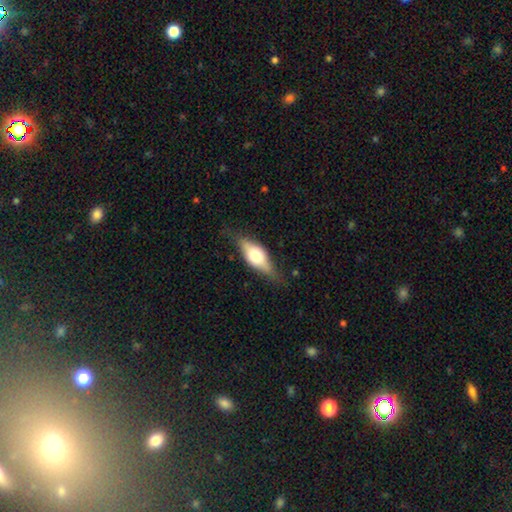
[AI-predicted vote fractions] Smooth or featured? featured or disk (47%)
Merging? none (72%)